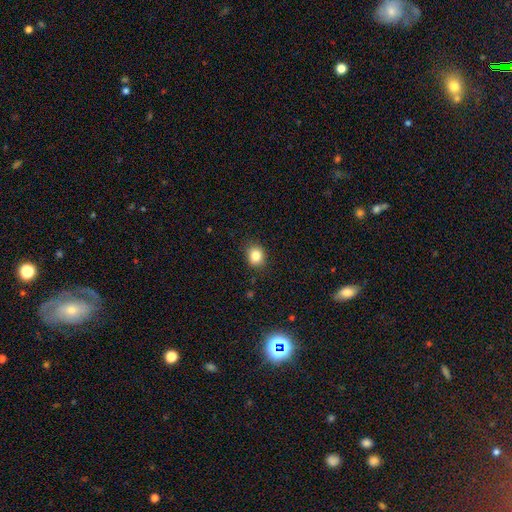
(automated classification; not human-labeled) smooth 83%, star or artifact 11%, featured or disk 6%. Down the decision tree: how rounded — round (66%); merging — none (86%).